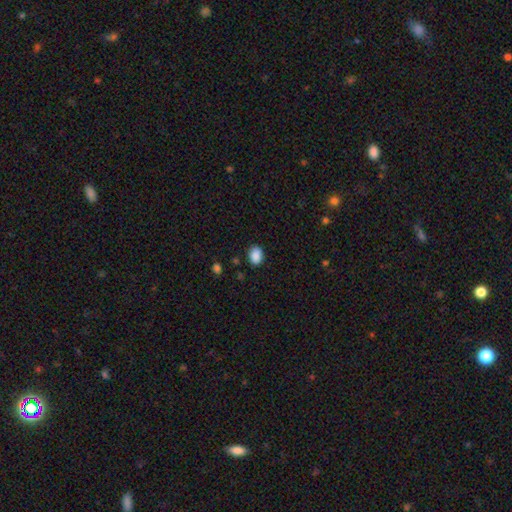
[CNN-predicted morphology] A smooth galaxy with no disk features (89%) that is in between round and cigar-shaped (67%). Merging: none (85%).